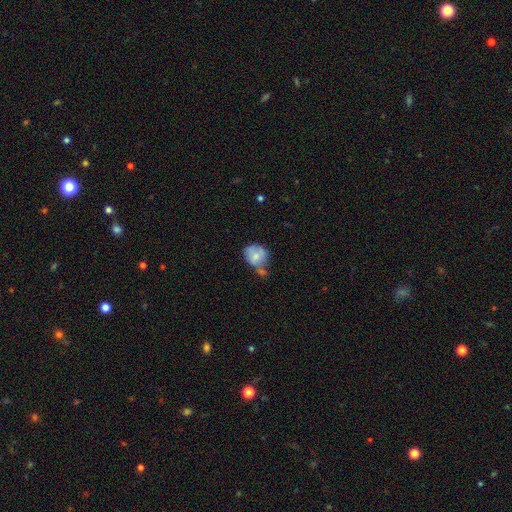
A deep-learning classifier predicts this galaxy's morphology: This is likely a smooth galaxy (67%). How rounded: likely round (60%). Merging: marginally none (33%).